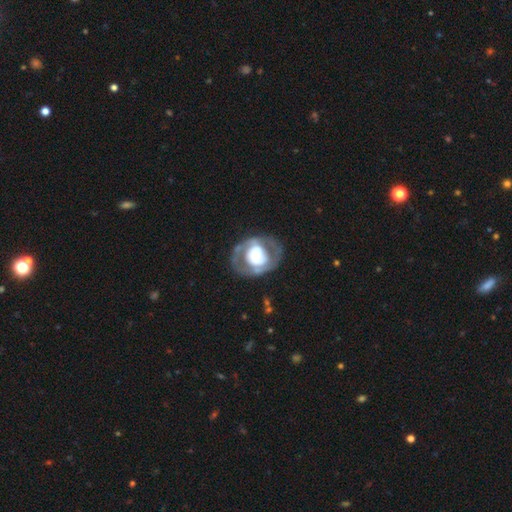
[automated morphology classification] type=featured or disk (66%); edge-on=no (95%); bar=no (78%); spiral arms=no (67%); bulge=moderate (53%); merging=none (68%).